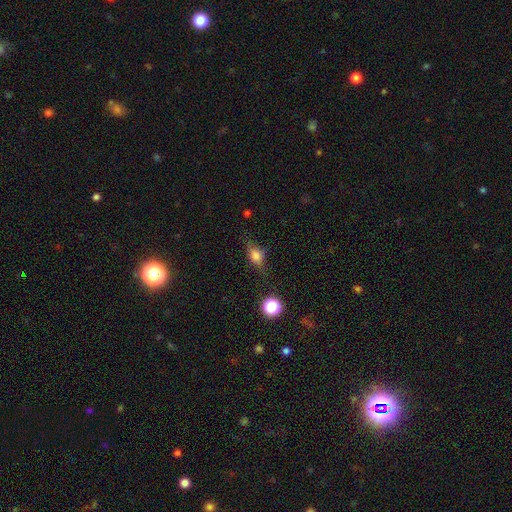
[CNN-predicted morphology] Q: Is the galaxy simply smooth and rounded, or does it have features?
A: smooth — 66%.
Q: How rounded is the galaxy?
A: in between — 62%.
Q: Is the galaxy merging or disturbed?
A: none — 63%.